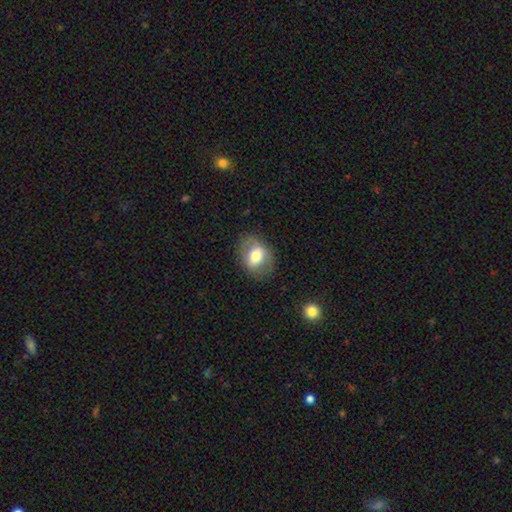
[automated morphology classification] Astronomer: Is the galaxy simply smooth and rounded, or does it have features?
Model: smooth — 65%.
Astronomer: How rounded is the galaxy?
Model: in between — 69%.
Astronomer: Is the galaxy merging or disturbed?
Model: none — 79%.